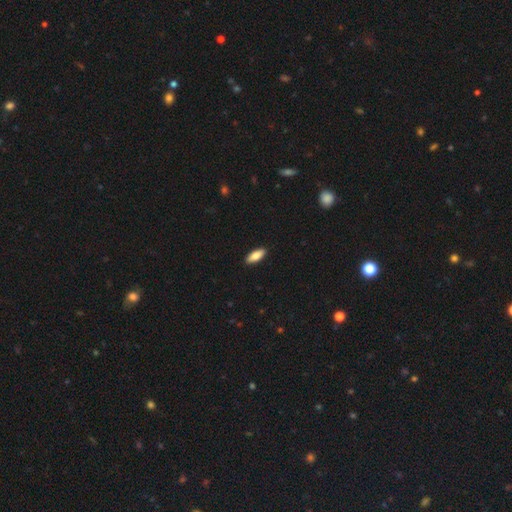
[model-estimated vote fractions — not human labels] smooth-or-featured: smooth: 80% | featured or disk: 14% | star or artifact: 6%
  how-rounded: in between: 74% | cigar-shaped: 24% | round: 2%
  merging: none: 91% | minor disturbance: 7% | major disturbance: 1% | merger: 1%